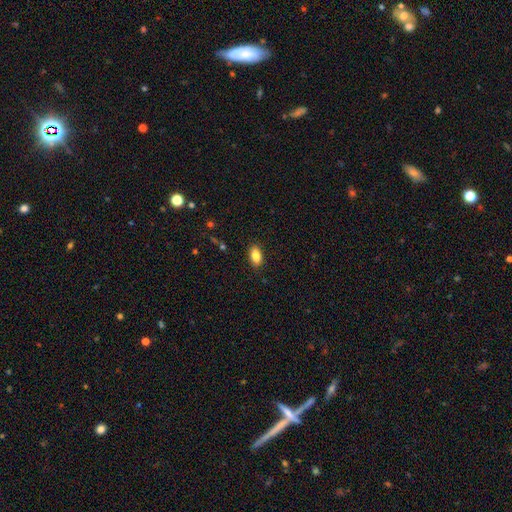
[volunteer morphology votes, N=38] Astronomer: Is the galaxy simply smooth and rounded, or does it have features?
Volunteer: smooth — 92%.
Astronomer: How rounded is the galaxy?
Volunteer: in between — 86%.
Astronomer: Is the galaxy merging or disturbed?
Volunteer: none — 86%.